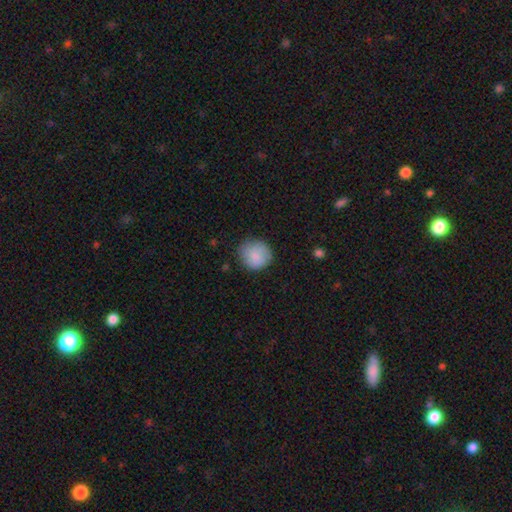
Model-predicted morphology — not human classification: Smooth or featured? smooth (85%)
How rounded? round (87%)
Merging? none (79%)